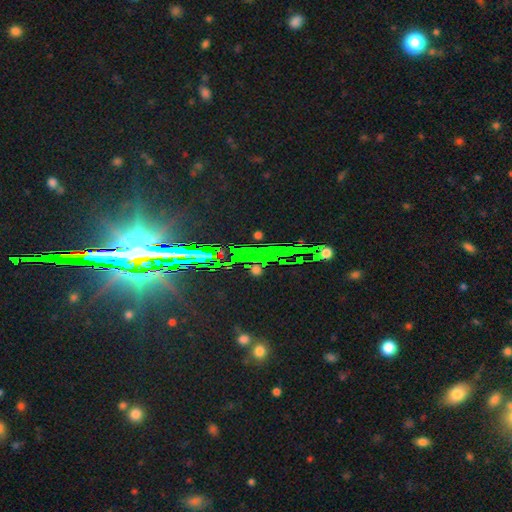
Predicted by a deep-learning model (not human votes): Q: Smooth or featured?
A: star or artifact (80%); runner-up: featured or disk (13%)